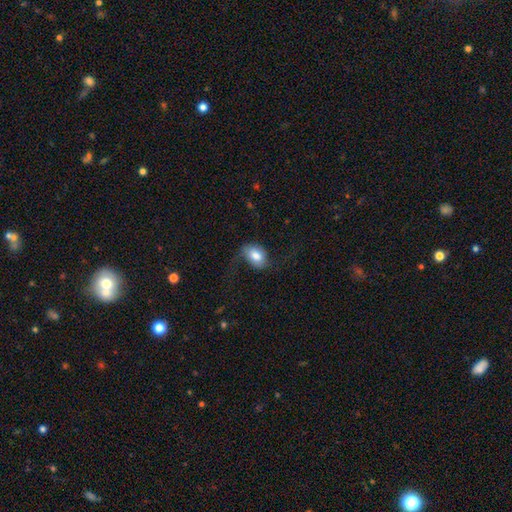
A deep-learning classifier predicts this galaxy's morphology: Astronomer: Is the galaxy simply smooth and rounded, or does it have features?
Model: smooth — 72%.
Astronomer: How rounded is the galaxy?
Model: in between — 85%.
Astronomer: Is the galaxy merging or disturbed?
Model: none — 52%.